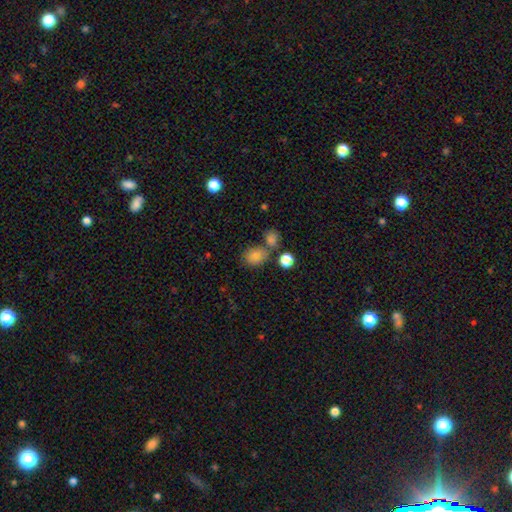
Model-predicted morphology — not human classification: Smooth or featured?
  - smooth: 79% *
  - star or artifact: 13%
  - featured or disk: 8%
How rounded?
  - round: 51% *
  - in between: 48%
  - cigar-shaped: 1%
Merging?
  - none: 62% *
  - merger: 22%
  - minor disturbance: 12%
  - major disturbance: 4%